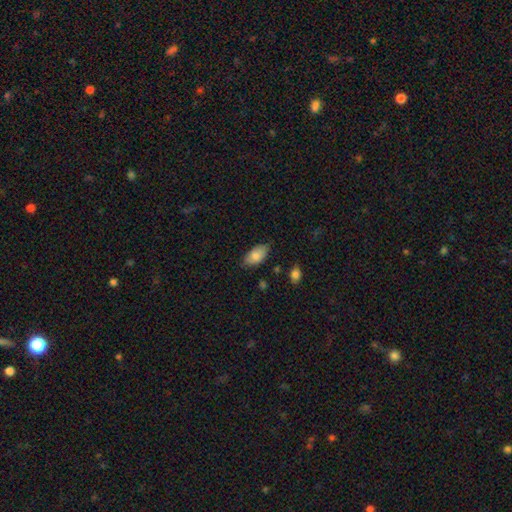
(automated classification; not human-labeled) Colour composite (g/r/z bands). It shows a smooth galaxy with no disk features (82%) that is in between round and cigar-shaped (93%). Merging: none (77%).